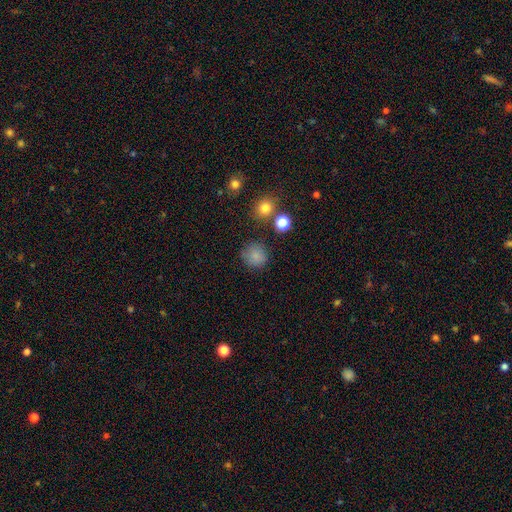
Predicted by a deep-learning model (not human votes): Q: Smooth or featured?
A: smooth (82%); runner-up: star or artifact (13%)
Q: How rounded?
A: round (91%); runner-up: in between (8%)
Q: Merging?
A: none (81%); runner-up: minor disturbance (11%)